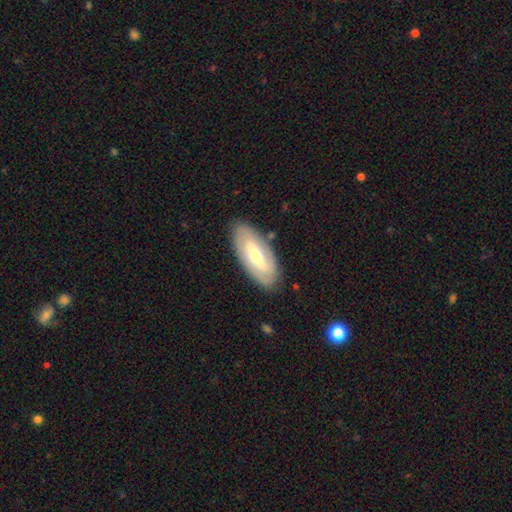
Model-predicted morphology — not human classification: This is possibly a featured or disk galaxy (59%). It is clearly not viewed edge-on (83%). Merging: clearly none (85%).